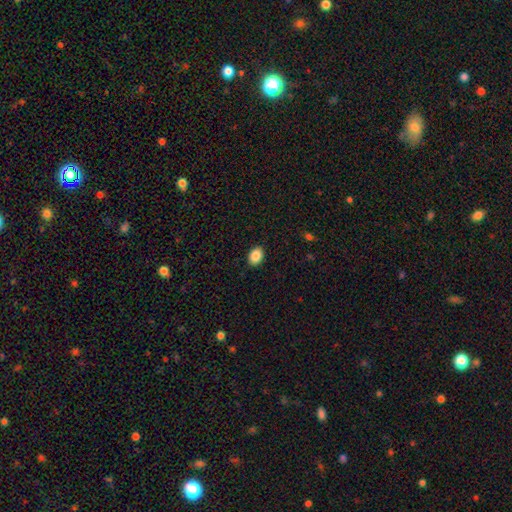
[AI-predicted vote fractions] Smooth or featured?
  - smooth: 88% *
  - star or artifact: 8%
  - featured or disk: 4%
How rounded?
  - in between: 74% *
  - round: 25%
  - cigar-shaped: 1%
Merging?
  - none: 90% *
  - minor disturbance: 7%
  - major disturbance: 2%
  - merger: 1%